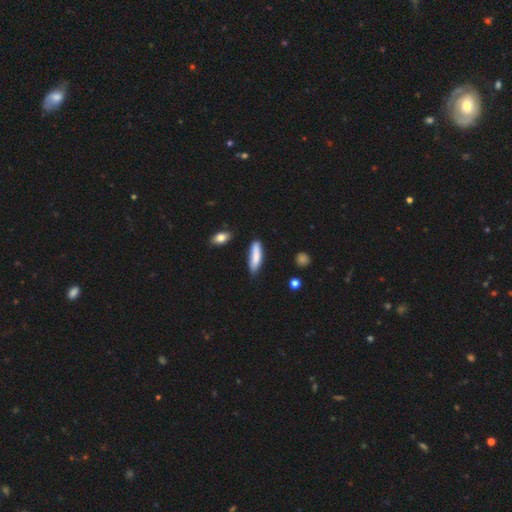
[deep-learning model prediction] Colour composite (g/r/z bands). It shows a smooth galaxy with no disk features (82%) that is cigar-shaped (67%). Merging: none (71%).